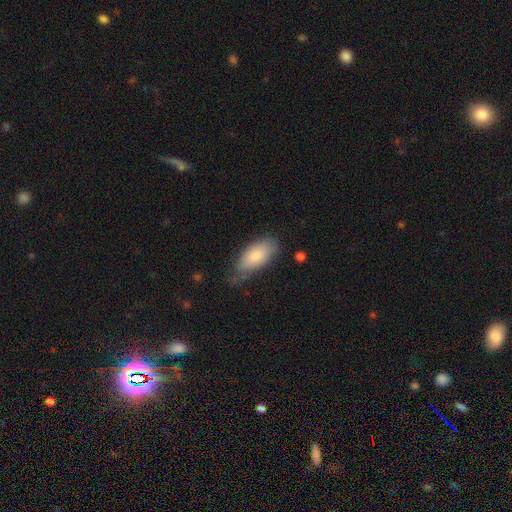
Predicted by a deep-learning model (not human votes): A smooth galaxy with no disk features (82%) that is in between round and cigar-shaped (89%).

Vote fractions:
- Smooth or featured? smooth: 82% / featured or disk: 13% / star or artifact: 6%
- How rounded? in between: 89% / cigar-shaped: 9% / round: 2%
- Merging? none: 60% / minor disturbance: 30% / major disturbance: 7% / merger: 3%